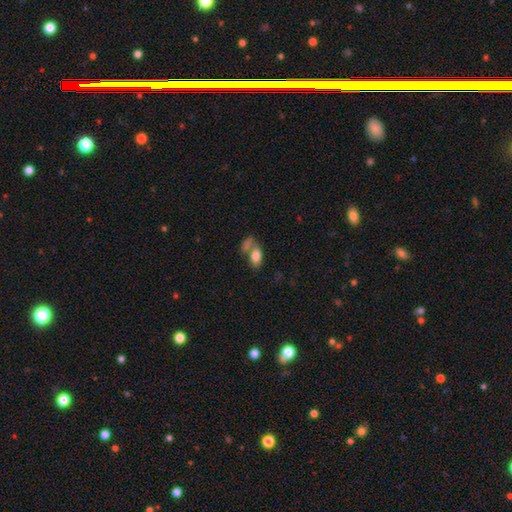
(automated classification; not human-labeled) A smooth galaxy with no disk features (78%) that is in between round and cigar-shaped (89%). Merging: merger (41%, tied with none).